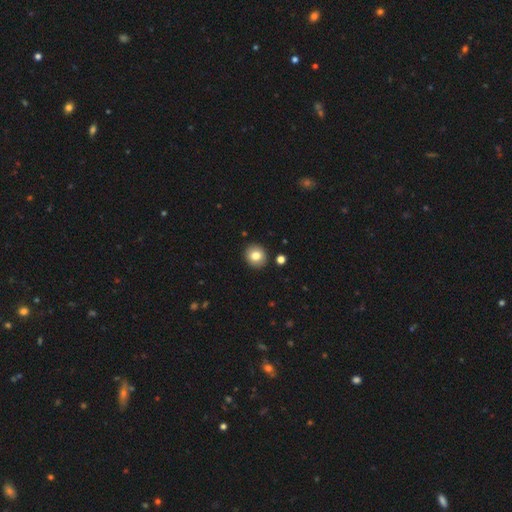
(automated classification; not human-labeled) smooth 81%, featured or disk 10%, star or artifact 9%. Down the decision tree: how rounded — round (83%); merging — none (91%).